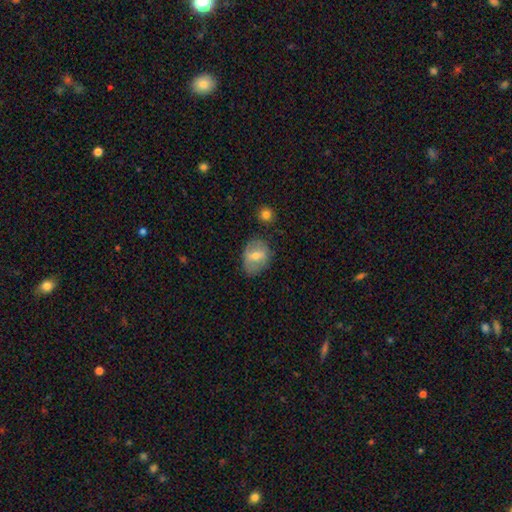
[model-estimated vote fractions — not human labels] Overall: smooth (54%; featured or disk 38%). How rounded: in between (63%; round 35%). Merging: none (73%).